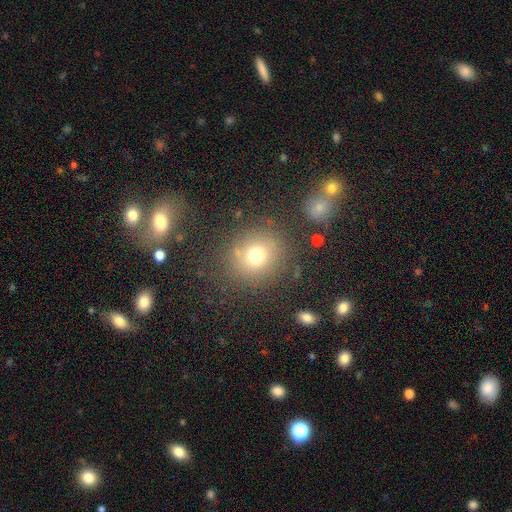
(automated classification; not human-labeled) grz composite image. It shows a smooth galaxy with no disk features (73%) that is round (84%). Merging: none (79%).